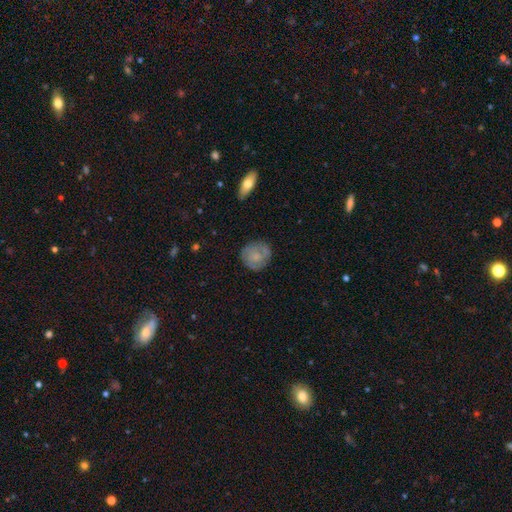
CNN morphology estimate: smooth_or_featured: smooth (p=0.54) [alt: featured or disk p=0.39]
how_rounded: round (p=0.87) [alt: in between p=0.12]
merging: none (p=0.78) [alt: minor disturbance p=0.16]